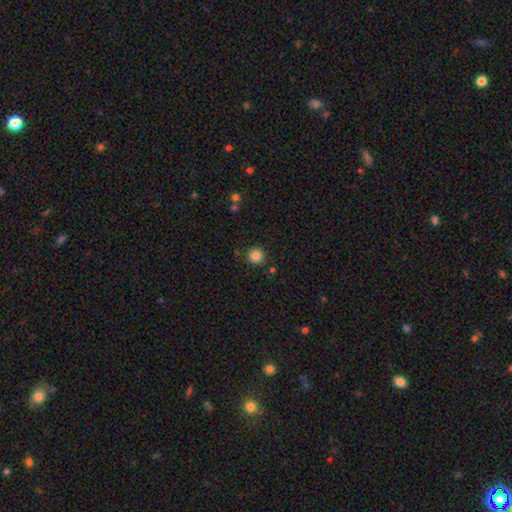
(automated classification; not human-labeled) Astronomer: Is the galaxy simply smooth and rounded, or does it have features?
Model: smooth — 86%.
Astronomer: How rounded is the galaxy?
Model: round — 94%.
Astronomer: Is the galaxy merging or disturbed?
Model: none — 88%.